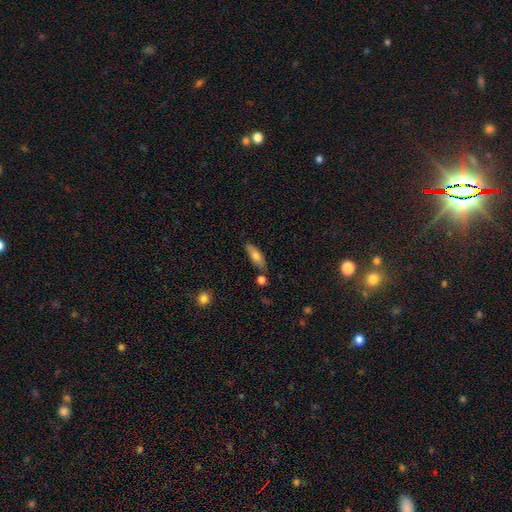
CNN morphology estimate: Smooth or featured? Predicted: smooth (p=0.73). How rounded? Predicted: in between (p=0.59). Merging? Predicted: none (p=0.74).